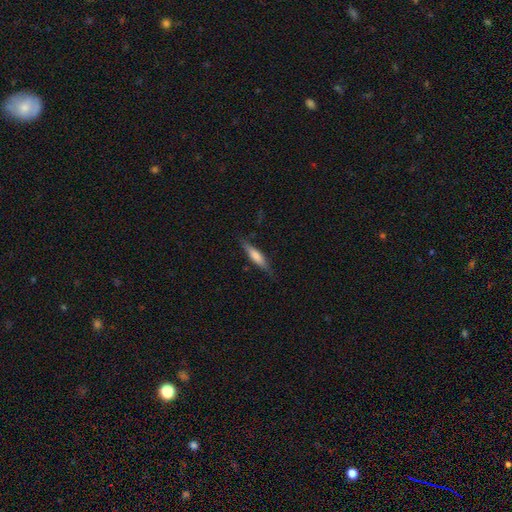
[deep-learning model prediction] Smooth or featured?
  - smooth: 60% *
  - featured or disk: 34%
  - star or artifact: 6%
How rounded?
  - cigar-shaped: 79% *
  - in between: 20%
  - round: 2%
Merging?
  - none: 80% *
  - minor disturbance: 15%
  - major disturbance: 3%
  - merger: 1%